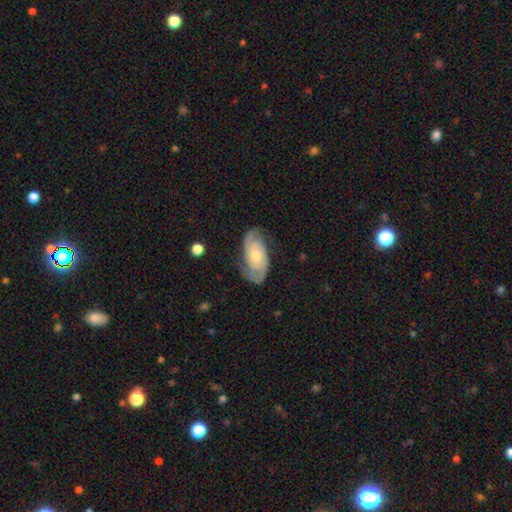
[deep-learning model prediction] A featured or disk galaxy (75%) with no bar (74%), 2 (82%) tight (42%) spiral arms (92%) and a moderate central bulge (55%).

Vote fractions:
- Smooth or featured? featured or disk: 75% / smooth: 19% / star or artifact: 5%
- Edge-on disk? no: 95% / yes: 5%
- Bar? no: 74% / weak: 22% / strong: 4%
- Spiral arms? yes: 92% / no: 8%
- Spiral winding? tight: 42% / medium: 40% / loose: 18%
- Spiral arm count? 2: 82% / can't tell: 10% / 3: 3% / 1: 3% / 4: 1% / more than 4: 1%
- Bulge size? moderate: 55% / small: 35% / large: 5% / none: 2% / dominant: 1%
- Merging? none: 70% / minor disturbance: 21% / major disturbance: 8% / merger: 1%